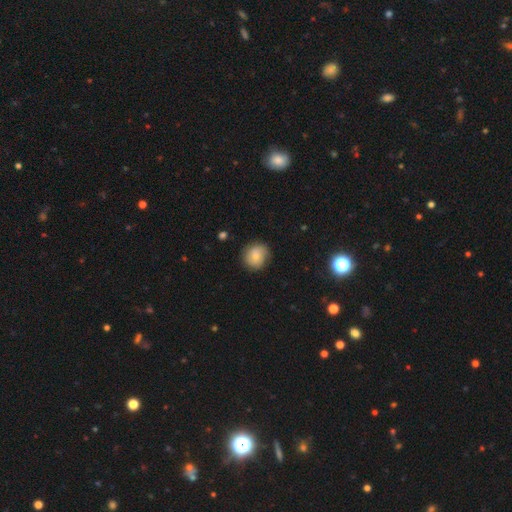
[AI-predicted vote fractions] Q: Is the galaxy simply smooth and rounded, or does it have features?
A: smooth — 77%.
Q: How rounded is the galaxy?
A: round — 82%.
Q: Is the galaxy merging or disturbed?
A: none — 82%.